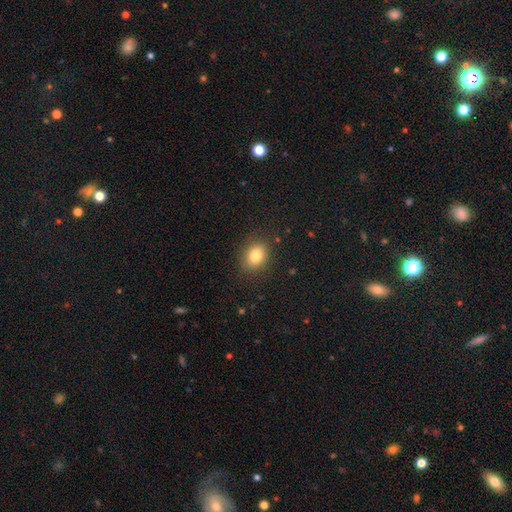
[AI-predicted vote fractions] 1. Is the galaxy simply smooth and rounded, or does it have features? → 81% smooth, 11% star or artifact, 8% featured or disk.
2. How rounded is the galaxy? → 50% in between, 49% round, 1% cigar-shaped.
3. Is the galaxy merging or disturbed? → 86% none, 10% minor disturbance, 3% major disturbance, 1% merger.